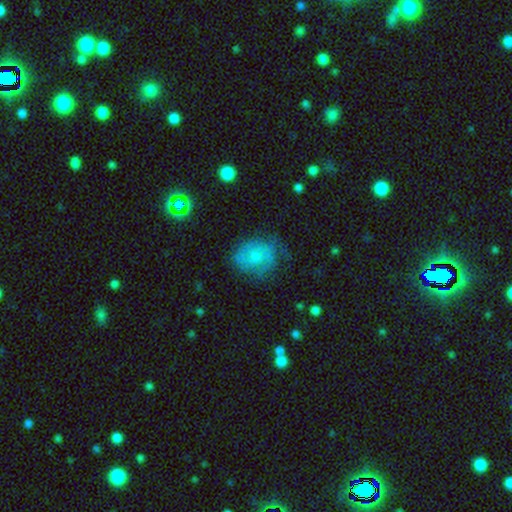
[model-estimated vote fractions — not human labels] The model was most divided on "smooth or featured": featured or disk: 46%, smooth: 44%, star or artifact: 10%. More confident: merging — none (56%).